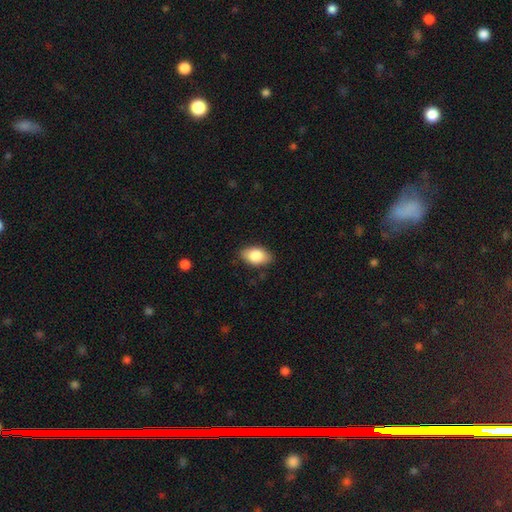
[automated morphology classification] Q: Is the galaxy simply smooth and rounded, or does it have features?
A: smooth — 84%.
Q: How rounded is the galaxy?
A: in between — 92%.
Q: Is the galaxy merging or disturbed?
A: none — 84%.